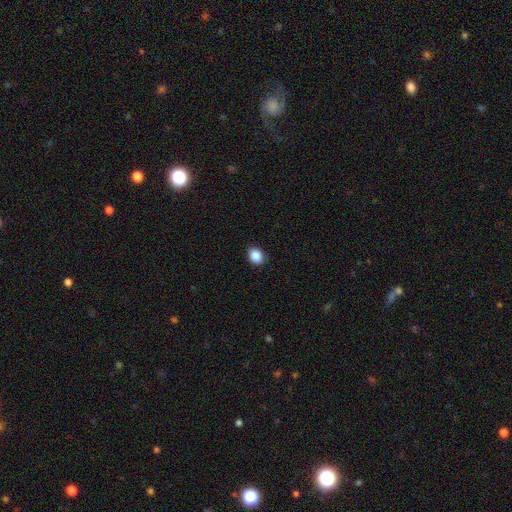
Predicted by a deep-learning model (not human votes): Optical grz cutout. It shows a smooth galaxy with no disk features (88%) that is round (55%). Merging: none (90%).